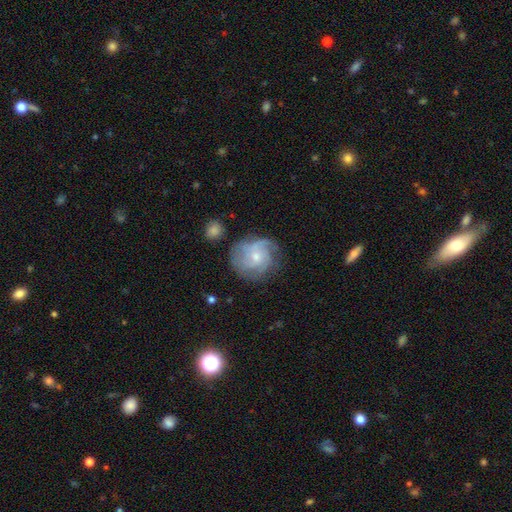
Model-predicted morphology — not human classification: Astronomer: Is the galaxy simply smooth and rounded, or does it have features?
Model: featured or disk — 73%.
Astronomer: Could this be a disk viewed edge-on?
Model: no — 98%.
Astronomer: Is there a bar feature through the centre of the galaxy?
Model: no — 72%.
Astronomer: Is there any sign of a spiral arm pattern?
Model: yes — 92%.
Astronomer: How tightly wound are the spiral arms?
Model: tight — 44% (runner-up: medium, 40%).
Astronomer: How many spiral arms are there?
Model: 3 — 35% (runner-up: can't tell, 26%).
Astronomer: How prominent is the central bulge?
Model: small — 59% (runner-up: moderate, 36%).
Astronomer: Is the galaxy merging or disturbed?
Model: none — 65%.